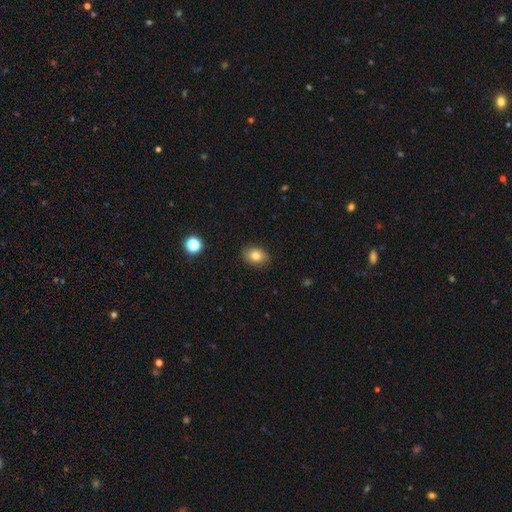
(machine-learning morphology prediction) This is clearly a smooth galaxy (81%). How rounded: likely in between (66%). Merging: clearly none (88%).